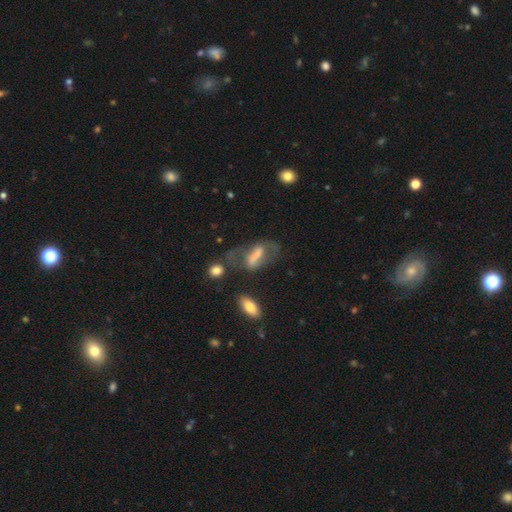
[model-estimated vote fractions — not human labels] smooth-or-featured: smooth: 48% | featured or disk: 41% | star or artifact: 11%
  merging: none: 39% | major disturbance: 32% | minor disturbance: 21% | merger: 8%